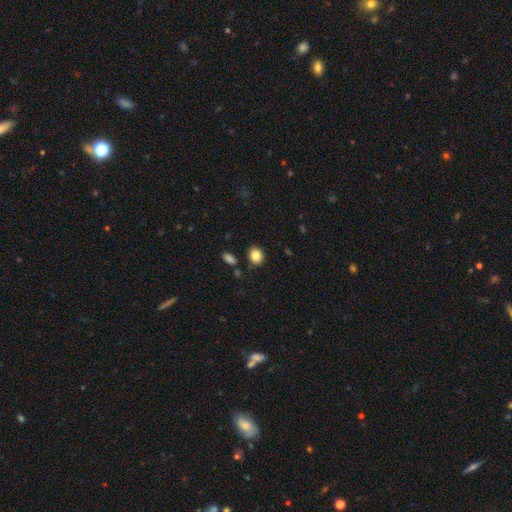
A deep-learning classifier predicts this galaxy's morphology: Smooth or featured?
  - smooth: 85% *
  - star or artifact: 9%
  - featured or disk: 6%
How rounded?
  - round: 56% *
  - in between: 43%
  - cigar-shaped: 1%
Merging?
  - none: 85% *
  - minor disturbance: 9%
  - merger: 3%
  - major disturbance: 2%